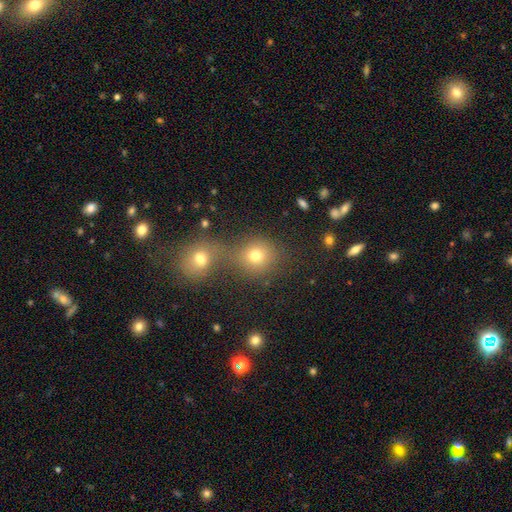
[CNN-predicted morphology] A smooth galaxy with no disk features (74%) that is round (81%).

Vote fractions:
- Smooth or featured? smooth: 74% / star or artifact: 17% / featured or disk: 9%
- How rounded? round: 81% / in between: 18% / cigar-shaped: 1%
- Merging? merger: 47% / none: 43% / minor disturbance: 6% / major disturbance: 4%